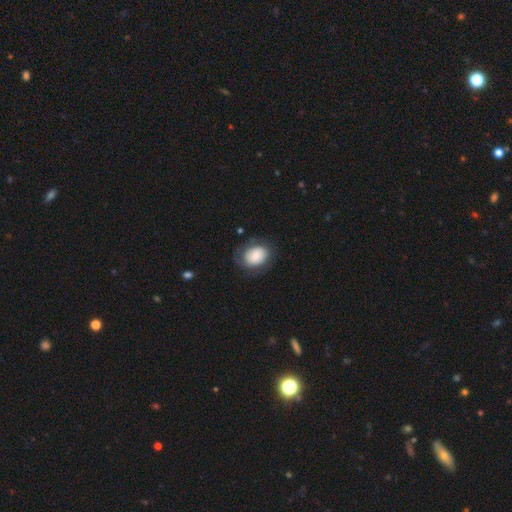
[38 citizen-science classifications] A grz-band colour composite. It shows a smooth galaxy with no disk features (74%) that is round (50%, tied with in between). Merging: none (69%).